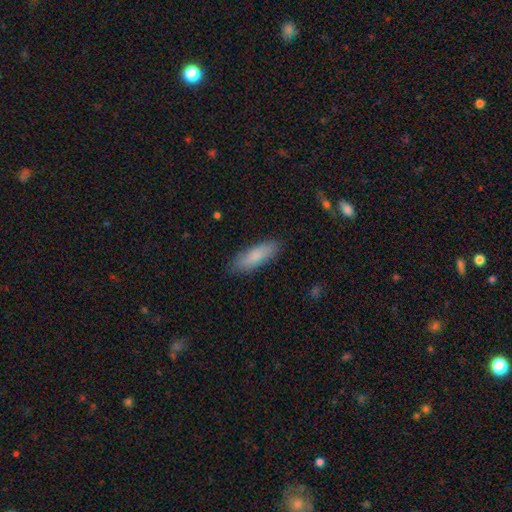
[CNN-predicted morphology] Smooth or featured: smooth — 84% (featured or disk — 10%)
How rounded: in between — 53% (cigar-shaped — 46%)
Merging: none — 85% (minor disturbance — 11%)